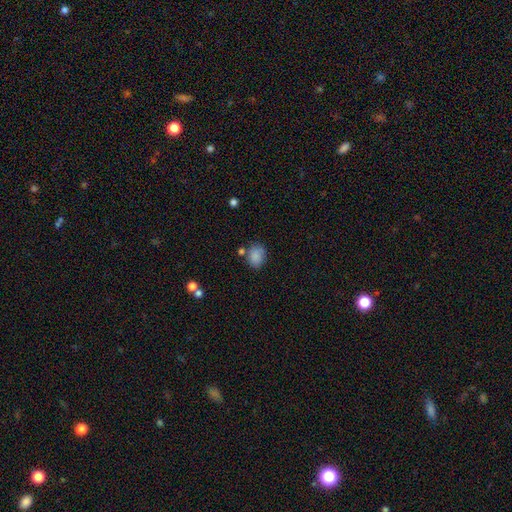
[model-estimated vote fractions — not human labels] smooth 85%, star or artifact 9%, featured or disk 6%. Down the decision tree: how rounded — in between (55%); merging — none (69%).